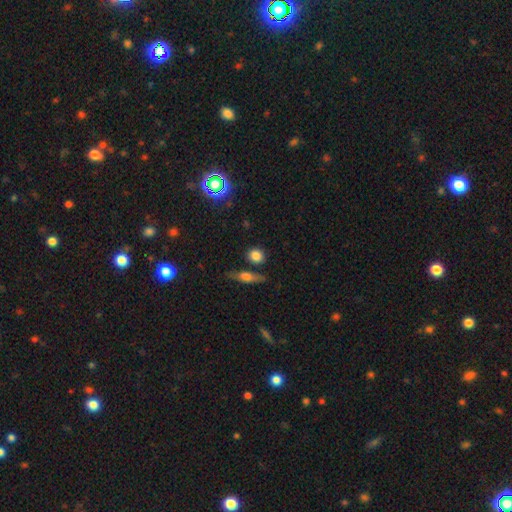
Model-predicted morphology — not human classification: Smooth or featured? Predicted: smooth (p=0.80). How rounded? Predicted: round (p=0.75). Merging? Predicted: none (p=0.78).